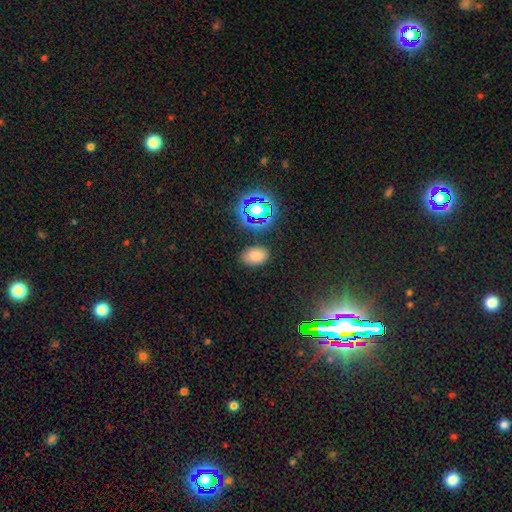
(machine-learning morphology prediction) Q: Smooth or featured?
A: smooth (74%); runner-up: star or artifact (19%)
Q: How rounded?
A: in between (88%); runner-up: round (11%)
Q: Merging?
A: none (83%); runner-up: minor disturbance (11%)